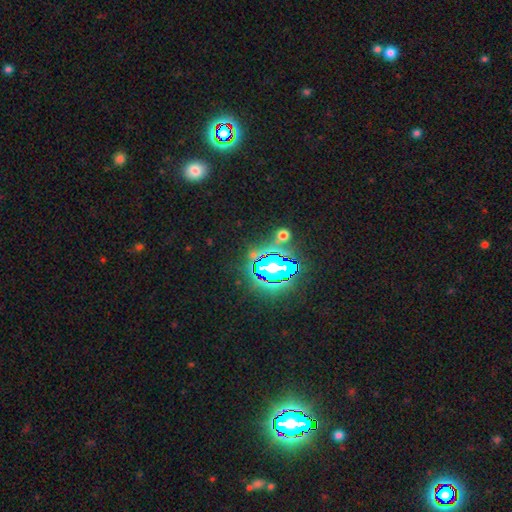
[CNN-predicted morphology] Overall: star or artifact (74%).